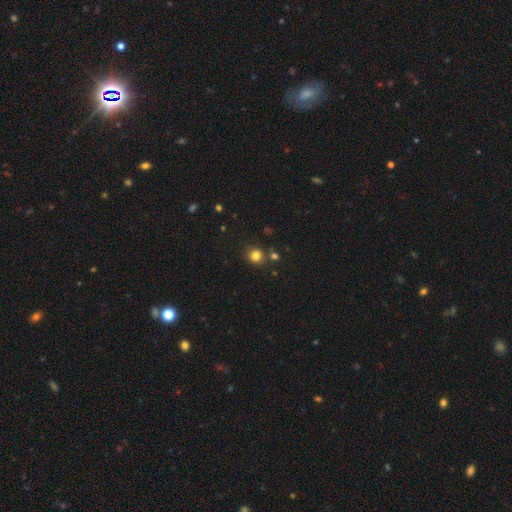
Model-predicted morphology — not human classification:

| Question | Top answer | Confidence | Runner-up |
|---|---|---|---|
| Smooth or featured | smooth | 80% | star or artifact (15%) |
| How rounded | round | 85% | in between (15%) |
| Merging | none | 78% | minor disturbance (10%) |